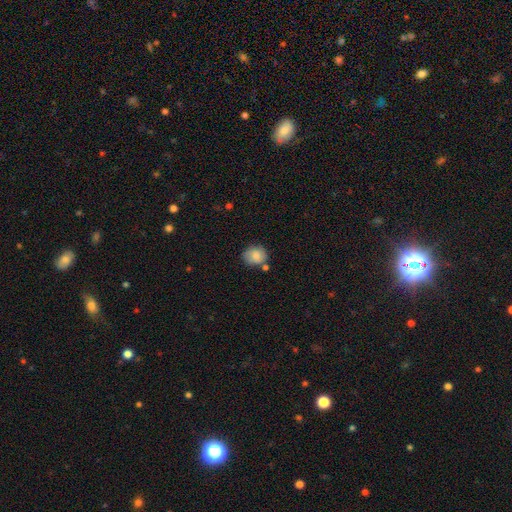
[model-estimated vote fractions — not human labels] smooth 84%, featured or disk 8%, star or artifact 8%. Down the decision tree: how rounded — round (72%); merging — none (69%).